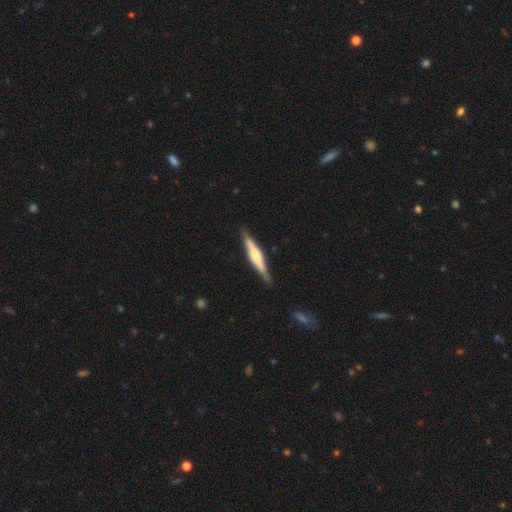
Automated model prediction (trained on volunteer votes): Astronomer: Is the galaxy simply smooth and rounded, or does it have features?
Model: featured or disk — 65%.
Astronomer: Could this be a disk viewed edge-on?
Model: yes — 97%.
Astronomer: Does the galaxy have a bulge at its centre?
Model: rounded — 66%.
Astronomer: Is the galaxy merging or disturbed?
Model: none — 87%.